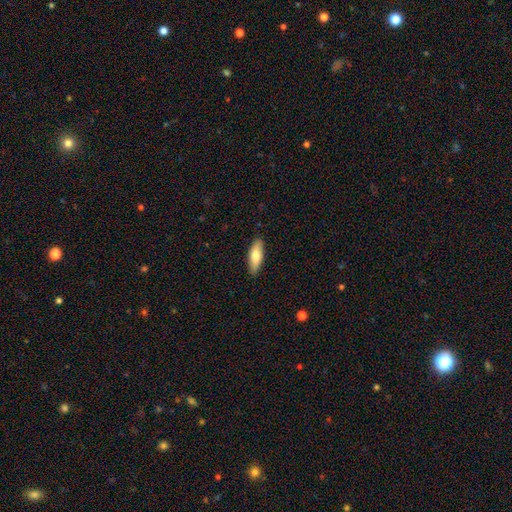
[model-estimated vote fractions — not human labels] Smooth or featured? smooth (77%)
How rounded? in between (63%)
Merging? none (88%)